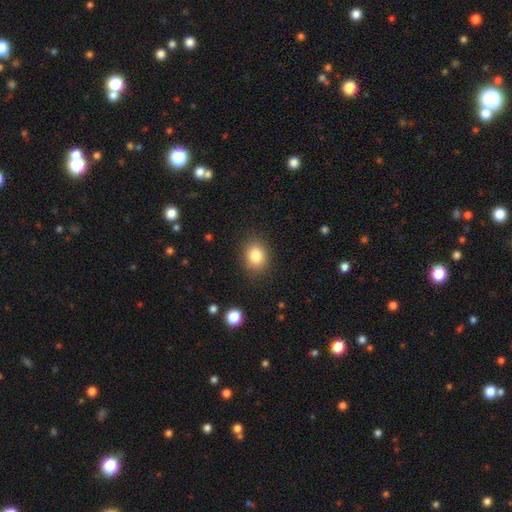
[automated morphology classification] Smooth or featured? smooth (83%)
How rounded? round (57%)
Merging? none (86%)